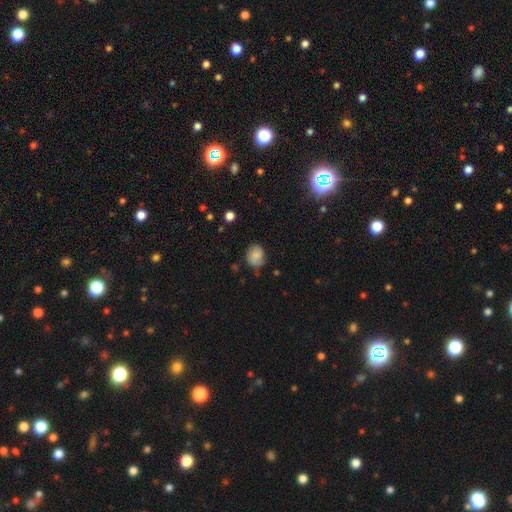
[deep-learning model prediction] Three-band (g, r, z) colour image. It shows a smooth galaxy with no disk features (76%) that is round (58%). Merging: none (66%).